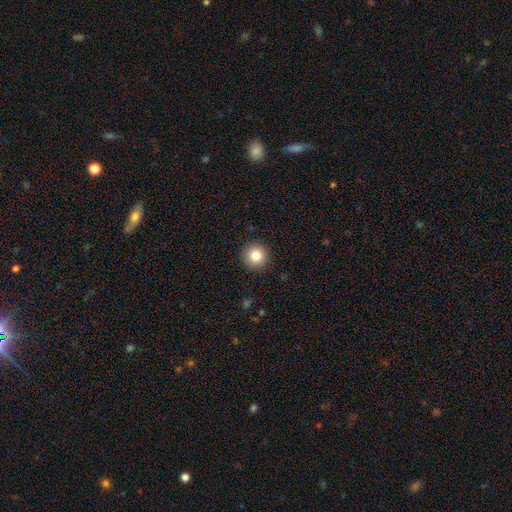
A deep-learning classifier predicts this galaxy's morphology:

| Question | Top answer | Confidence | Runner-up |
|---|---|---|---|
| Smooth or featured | smooth | 83% | star or artifact (10%) |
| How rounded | round | 95% | in between (4%) |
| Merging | none | 92% | minor disturbance (5%) |